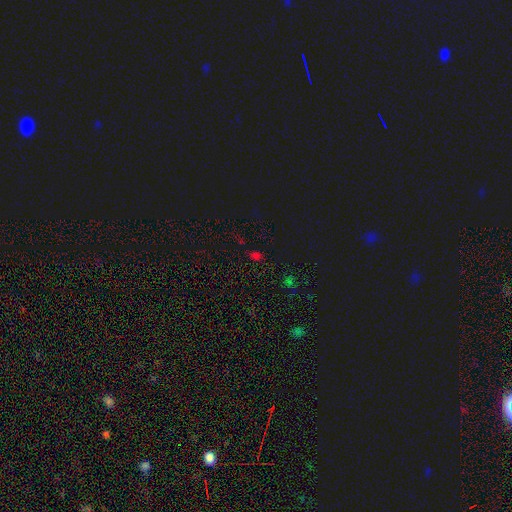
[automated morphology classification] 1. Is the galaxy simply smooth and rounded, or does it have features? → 50% star or artifact, 44% smooth, 6% featured or disk.